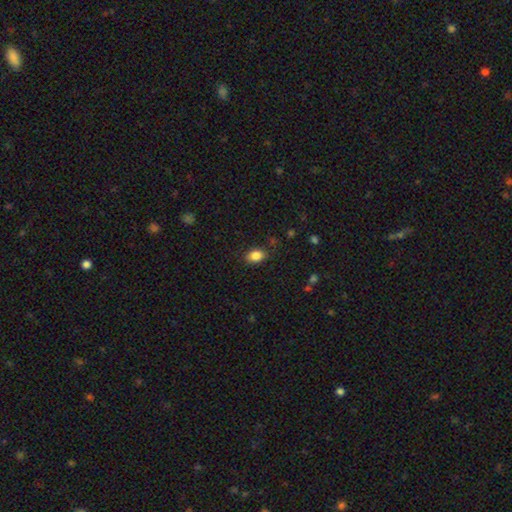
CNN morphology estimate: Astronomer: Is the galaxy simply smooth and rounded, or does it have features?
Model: smooth — 86%.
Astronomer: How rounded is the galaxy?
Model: in between — 79%.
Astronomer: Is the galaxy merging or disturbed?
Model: none — 84%.